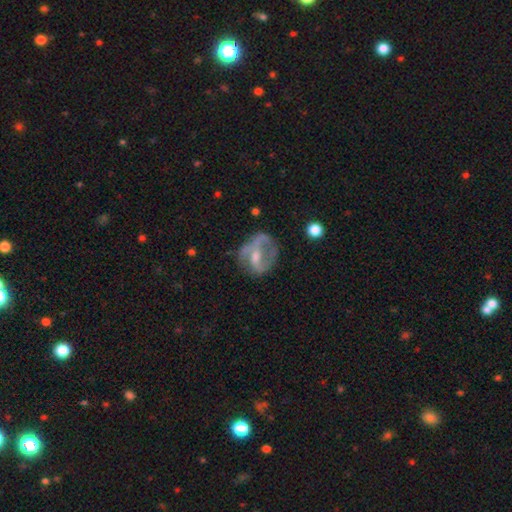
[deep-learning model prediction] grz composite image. It shows a featured or disk galaxy (66%) with a weak bar (41%), spiral arms (57%) and a moderate central bulge (51%). Merging: none (48%).